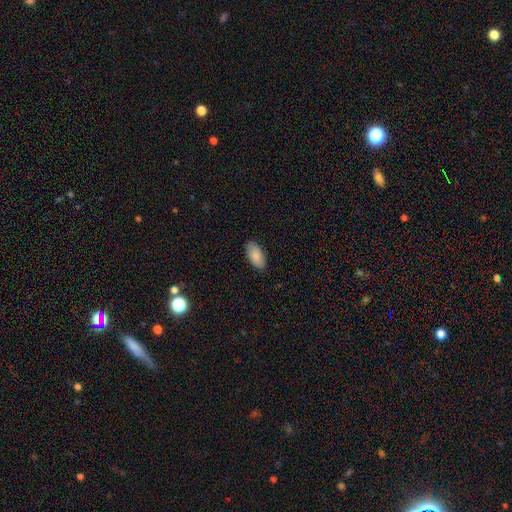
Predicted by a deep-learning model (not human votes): This is clearly a smooth galaxy (85%). How rounded: clearly in between (95%). Merging: clearly none (87%).